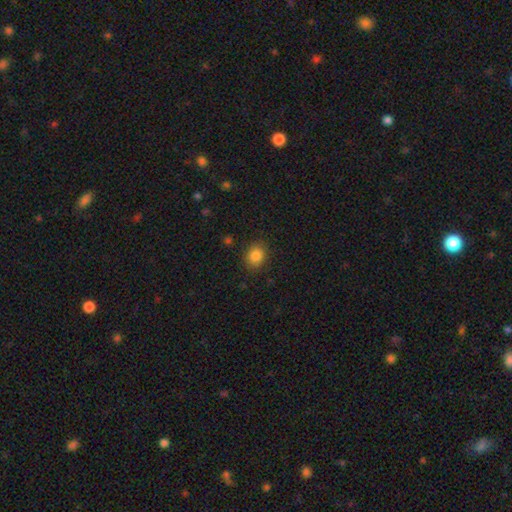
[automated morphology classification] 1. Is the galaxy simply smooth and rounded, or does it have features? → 85% smooth, 10% star or artifact, 5% featured or disk.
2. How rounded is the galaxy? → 57% round, 42% in between, 1% cigar-shaped.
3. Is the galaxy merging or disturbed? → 86% none, 10% minor disturbance, 3% major disturbance, 1% merger.